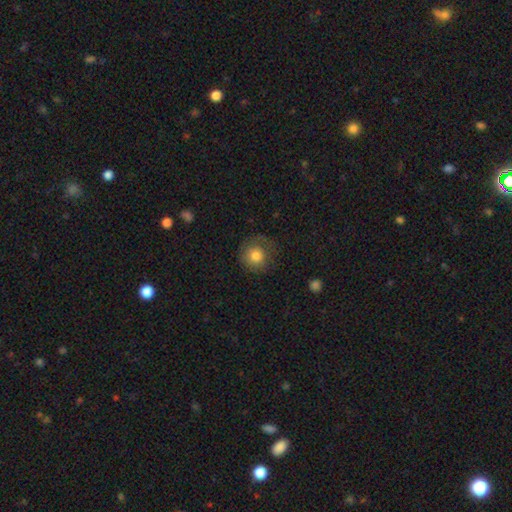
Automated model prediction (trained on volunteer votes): smooth-or-featured: smooth: 79% | featured or disk: 12% | star or artifact: 10%
  how-rounded: round: 91% | in between: 8% | cigar-shaped: 1%
  merging: none: 68% | minor disturbance: 19% | major disturbance: 12% | merger: 1%